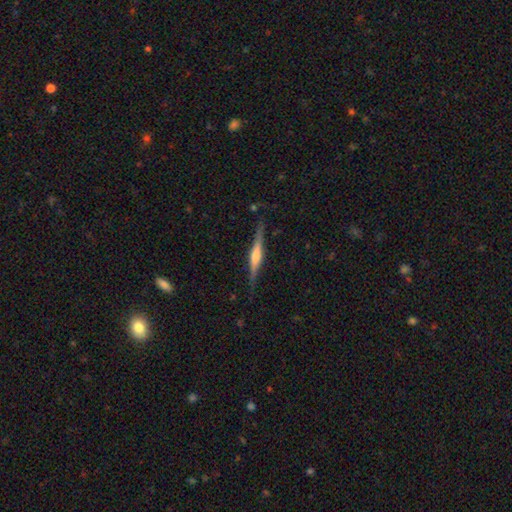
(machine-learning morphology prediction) Smooth or featured: featured or disk — 72% (smooth — 22%)
Edge-on disk: yes — 98% (no — 2%)
Edge-on bulge: rounded — 71% (boxy — 21%)
Merging: none — 85% (minor disturbance — 11%)